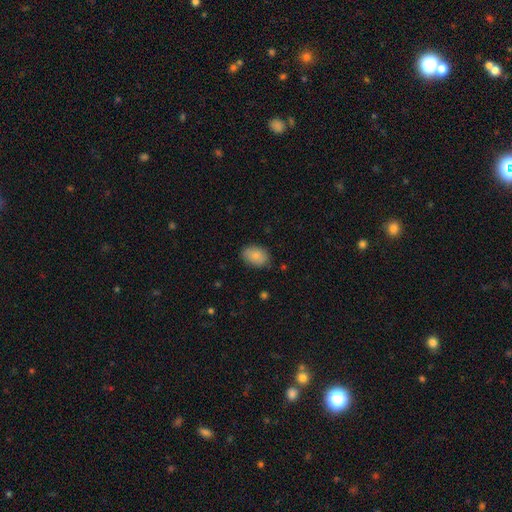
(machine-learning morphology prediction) Overall: smooth (85%). How rounded: in between (83%). Merging: none (83%).